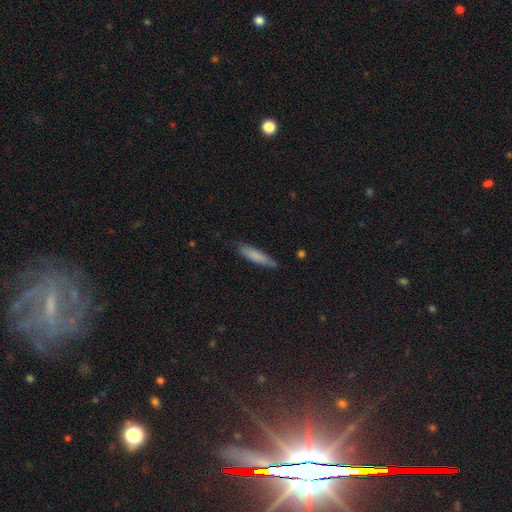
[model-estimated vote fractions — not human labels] A smooth galaxy with no disk features (78%) that is cigar-shaped (82%).

Vote fractions:
- Smooth or featured? smooth: 78% / featured or disk: 15% / star or artifact: 6%
- How rounded? cigar-shaped: 82% / in between: 16% / round: 1%
- Merging? none: 80% / minor disturbance: 16% / major disturbance: 2% / merger: 2%